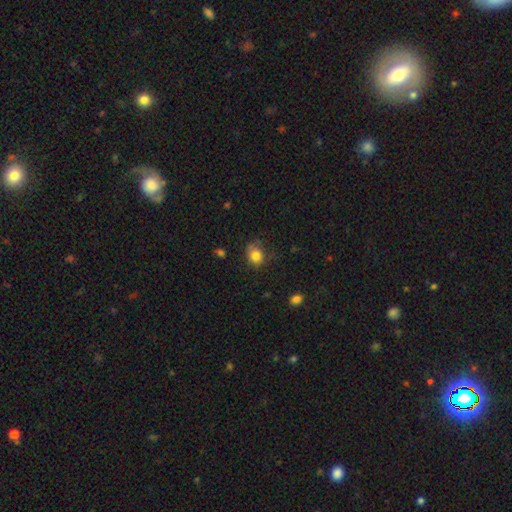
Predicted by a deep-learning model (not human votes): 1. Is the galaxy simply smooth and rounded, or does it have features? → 81% smooth, 11% star or artifact, 9% featured or disk.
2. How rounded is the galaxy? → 69% round, 30% in between, 1% cigar-shaped.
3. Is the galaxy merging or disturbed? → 61% none, 26% minor disturbance, 10% major disturbance, 3% merger.